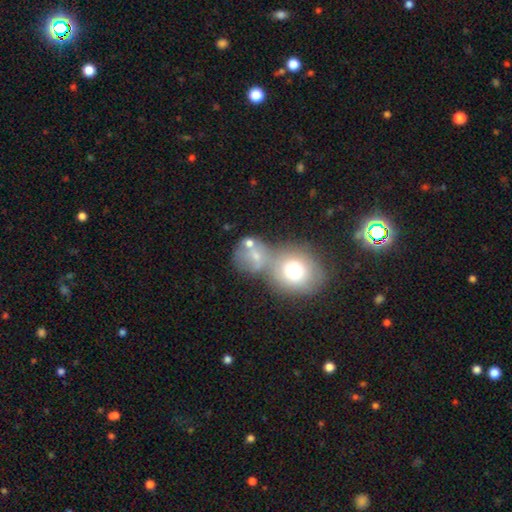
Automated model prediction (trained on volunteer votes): This is possibly a smooth galaxy (54%). How rounded: likely round (72%). Merging: possibly merger (54%).